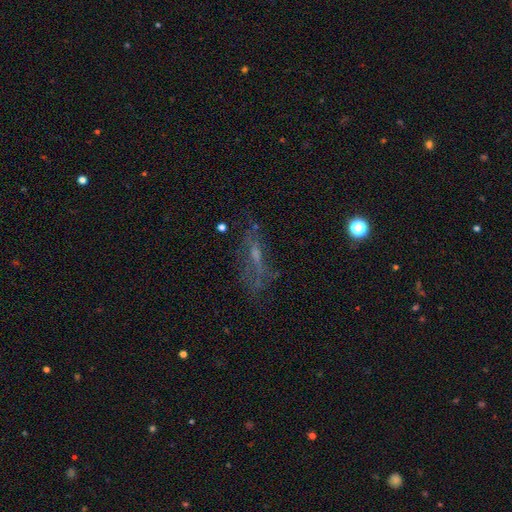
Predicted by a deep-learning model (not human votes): This appears to be a featured or disk galaxy (52%). Merging: none (58%).